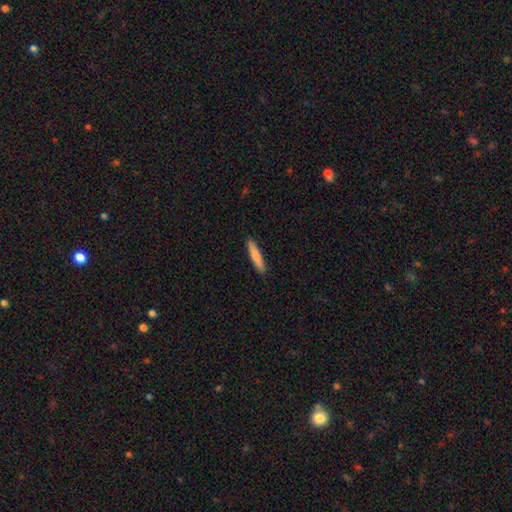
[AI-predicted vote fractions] Smooth or featured?
  - smooth: 80% *
  - featured or disk: 14%
  - star or artifact: 5%
How rounded?
  - cigar-shaped: 89% *
  - in between: 10%
  - round: 1%
Merging?
  - none: 91% *
  - minor disturbance: 7%
  - major disturbance: 1%
  - merger: 1%